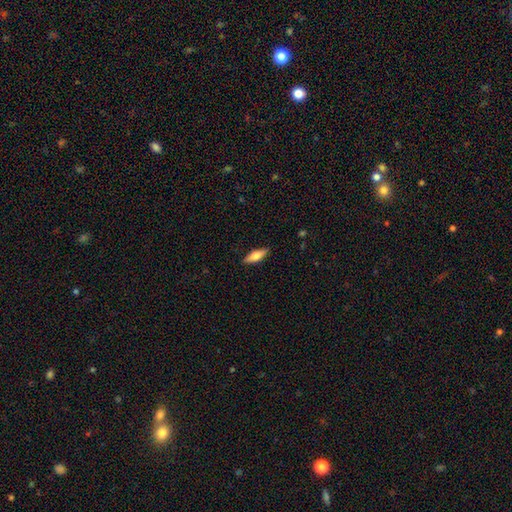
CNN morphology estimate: smooth_or_featured: smooth (p=0.59) [alt: featured or disk p=0.35]
how_rounded: in between (p=0.49) [alt: cigar-shaped p=0.48]
merging: none (p=0.88) [alt: minor disturbance p=0.09]